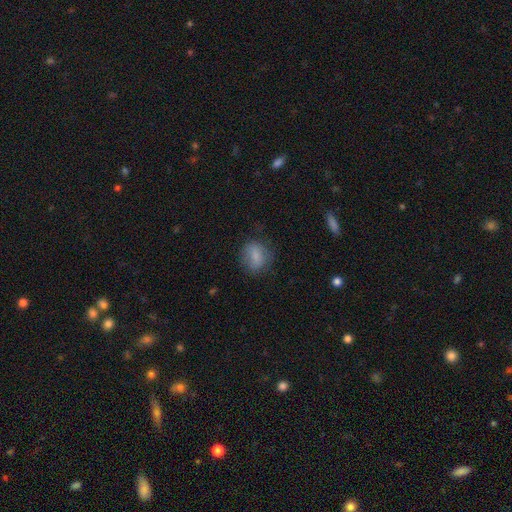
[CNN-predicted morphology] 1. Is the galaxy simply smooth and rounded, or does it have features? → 79% smooth, 12% featured or disk, 9% star or artifact.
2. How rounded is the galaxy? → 56% round, 42% in between, 2% cigar-shaped.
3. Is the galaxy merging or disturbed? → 70% none, 20% minor disturbance, 8% major disturbance, 1% merger.